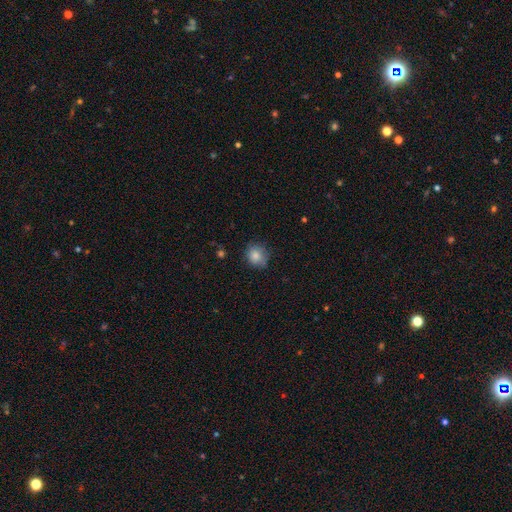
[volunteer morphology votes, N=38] Smooth or featured? smooth (84%)
How rounded? round (75%)
Merging? none (73%)